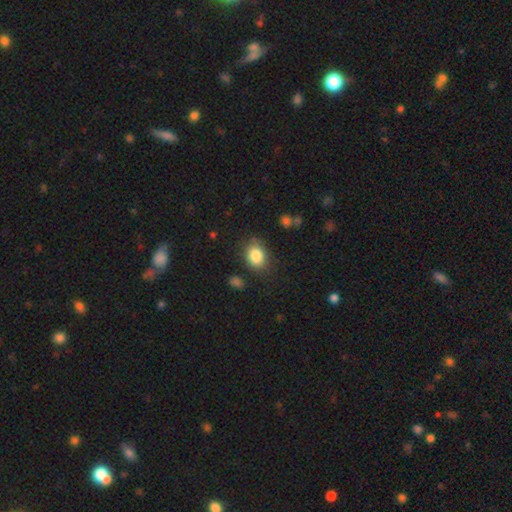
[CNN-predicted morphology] Smooth or featured? smooth (85%)
How rounded? in between (64%)
Merging? none (79%)